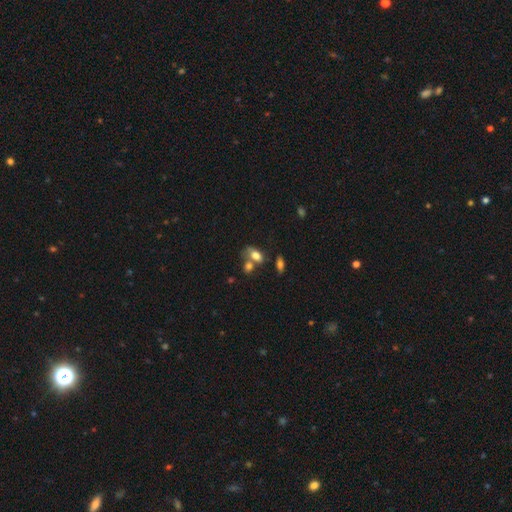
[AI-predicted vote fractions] Q: Smooth or featured?
A: smooth (75%); runner-up: featured or disk (15%)
Q: How rounded?
A: in between (85%); runner-up: round (12%)
Q: Merging?
A: merger (39%); runner-up: none (38%)